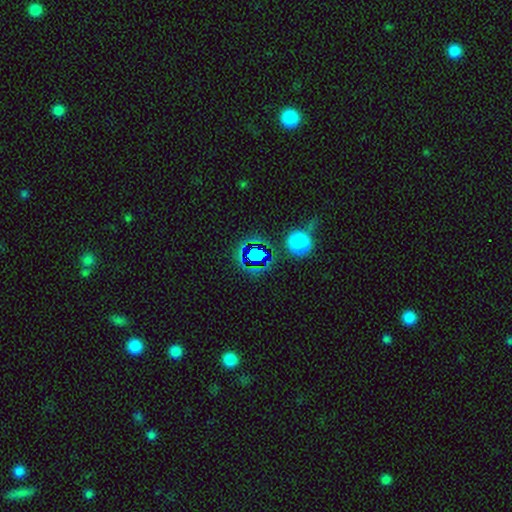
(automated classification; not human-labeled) A star or artifact, not a galaxy (58%).

Vote fractions:
- Smooth or featured? star or artifact: 58% / smooth: 29% / featured or disk: 12%